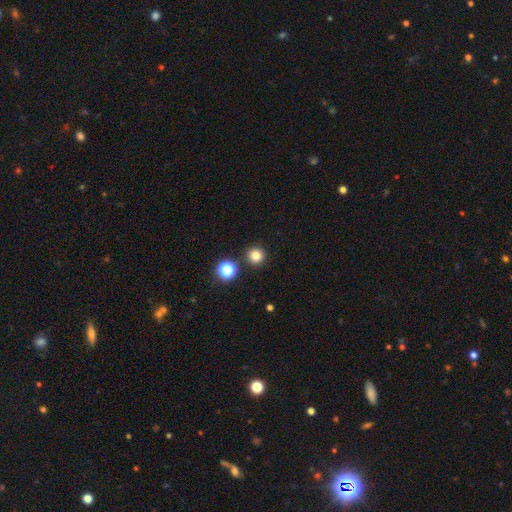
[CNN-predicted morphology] A smooth galaxy with no disk features (81%) that is round (95%).

Vote fractions:
- Smooth or featured? smooth: 81% / star or artifact: 14% / featured or disk: 5%
- How rounded? round: 95% / in between: 4% / cigar-shaped: 1%
- Merging? none: 89% / minor disturbance: 5% / merger: 4% / major disturbance: 2%